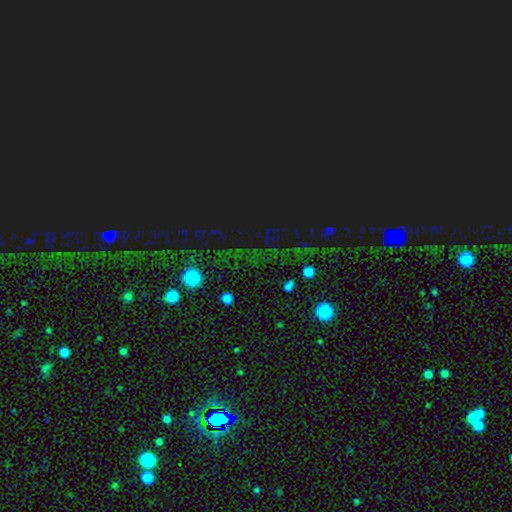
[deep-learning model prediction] smooth_or_featured: star or artifact (p=0.74) [alt: smooth p=0.18]